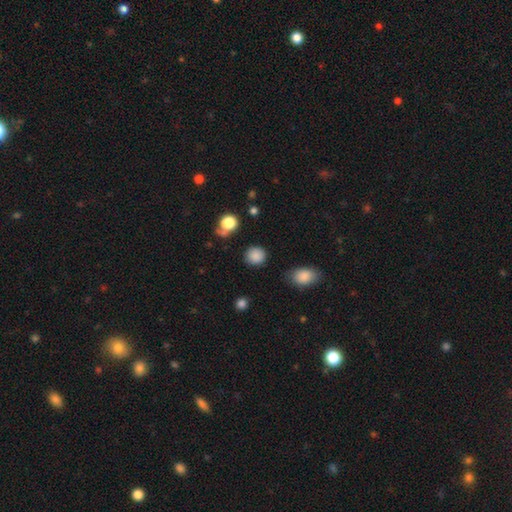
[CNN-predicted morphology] A smooth galaxy with no disk features (86%) that is round (87%). Merging: none (85%).